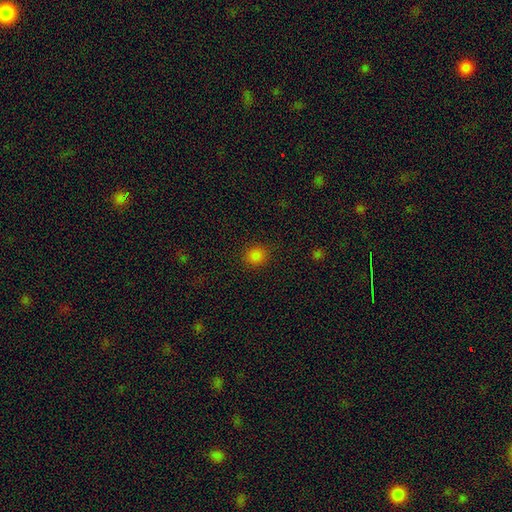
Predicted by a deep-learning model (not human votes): smooth 83%, star or artifact 14%, featured or disk 3%. Down the decision tree: how rounded — round (85%); merging — none (88%).